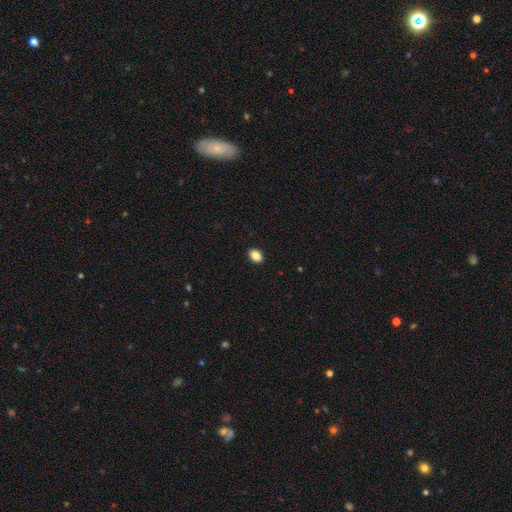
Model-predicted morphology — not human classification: A smooth galaxy with no disk features (87%) that is in between round and cigar-shaped (68%).

Vote fractions:
- Smooth or featured? smooth: 87% / star or artifact: 9% / featured or disk: 4%
- How rounded? in between: 68% / round: 31% / cigar-shaped: 1%
- Merging? none: 91% / minor disturbance: 6% / major disturbance: 2% / merger: 1%